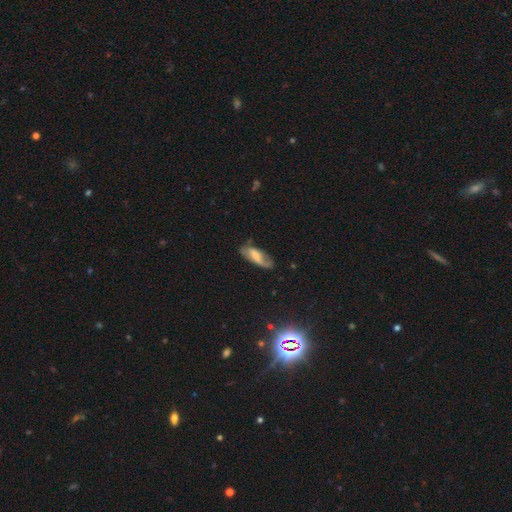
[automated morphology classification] A smooth galaxy with no disk features (54%) that is in between round and cigar-shaped (74%).

Vote fractions:
- Smooth or featured? smooth: 54% / featured or disk: 38% / star or artifact: 9%
- How rounded? in between: 74% / cigar-shaped: 24% / round: 2%
- Merging? none: 53% / minor disturbance: 30% / major disturbance: 14% / merger: 3%